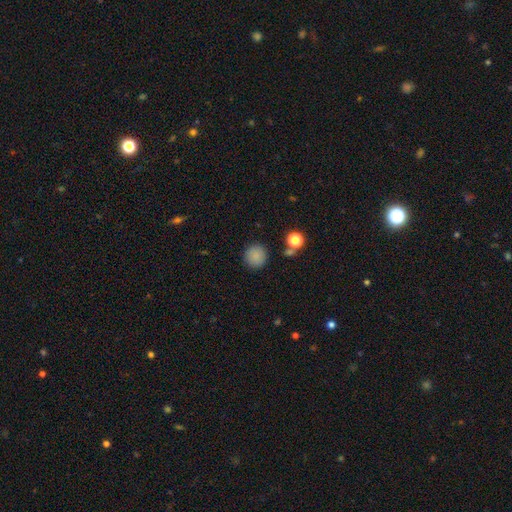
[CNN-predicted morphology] smooth_or_featured: smooth (p=0.85) [alt: star or artifact p=0.10]
how_rounded: round (p=0.93) [alt: in between p=0.06]
merging: none (p=0.87) [alt: minor disturbance p=0.08]